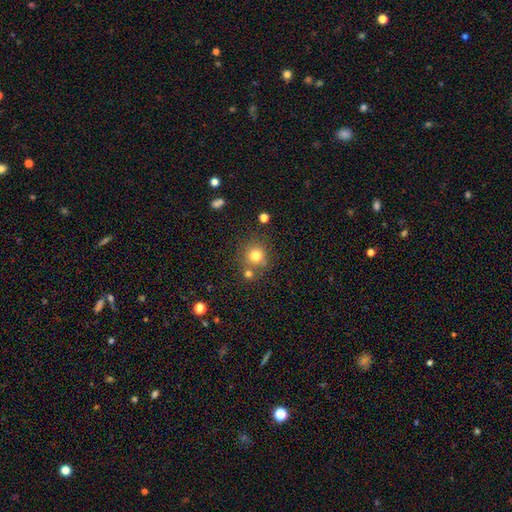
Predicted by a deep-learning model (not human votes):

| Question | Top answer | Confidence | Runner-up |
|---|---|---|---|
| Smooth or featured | smooth | 77% | star or artifact (15%) |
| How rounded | round | 91% | in between (8%) |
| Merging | none | 72% | merger (16%) |